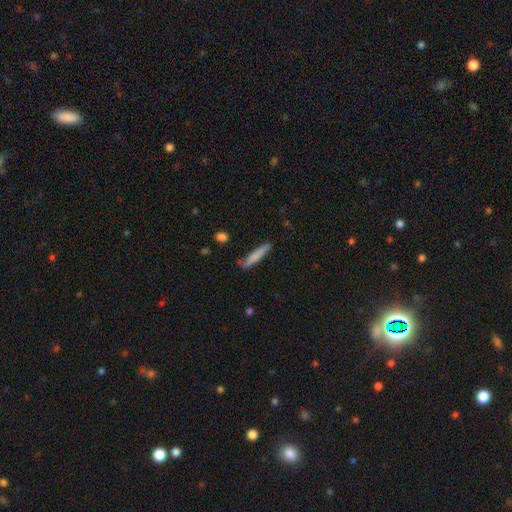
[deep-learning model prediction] A smooth galaxy with no disk features (78%) that is cigar-shaped (92%).

Vote fractions:
- Smooth or featured? smooth: 78% / featured or disk: 16% / star or artifact: 6%
- How rounded? cigar-shaped: 92% / in between: 7% / round: 1%
- Merging? none: 78% / minor disturbance: 17% / major disturbance: 3% / merger: 2%